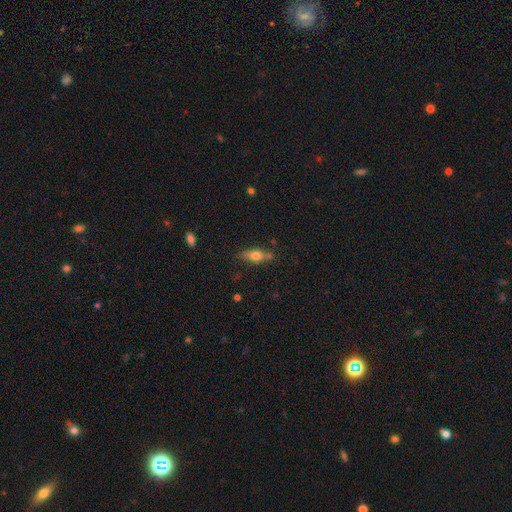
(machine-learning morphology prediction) A smooth galaxy with no disk features (64%) that is in between round and cigar-shaped (62%). Merging: none (70%).